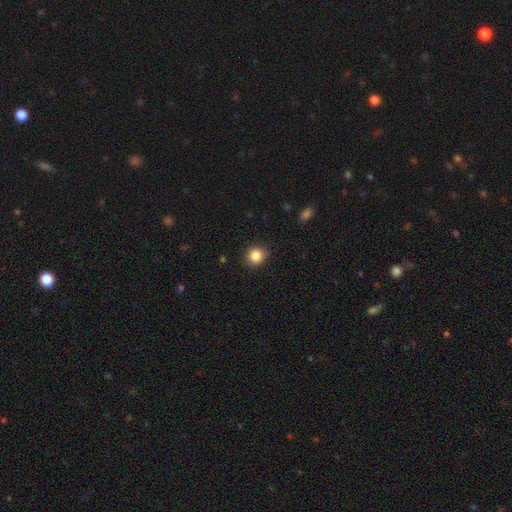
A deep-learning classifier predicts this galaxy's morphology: smooth 86%, star or artifact 10%, featured or disk 4%. Down the decision tree: how rounded — round (85%); merging — none (88%).